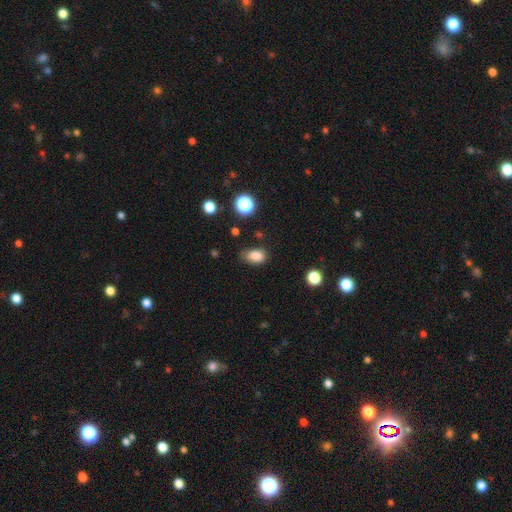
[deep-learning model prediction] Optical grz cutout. It shows a smooth galaxy with no disk features (84%) that is in between round and cigar-shaped (81%). Merging: none (65%).